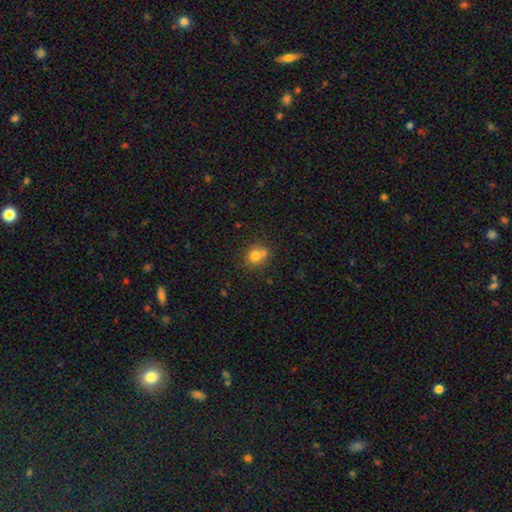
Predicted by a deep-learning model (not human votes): A smooth galaxy with no disk features (75%) that is round (74%).

Vote fractions:
- Smooth or featured? smooth: 75% / featured or disk: 13% / star or artifact: 13%
- How rounded? round: 74% / in between: 25% / cigar-shaped: 1%
- Merging? none: 55% / merger: 28% / minor disturbance: 14% / major disturbance: 4%